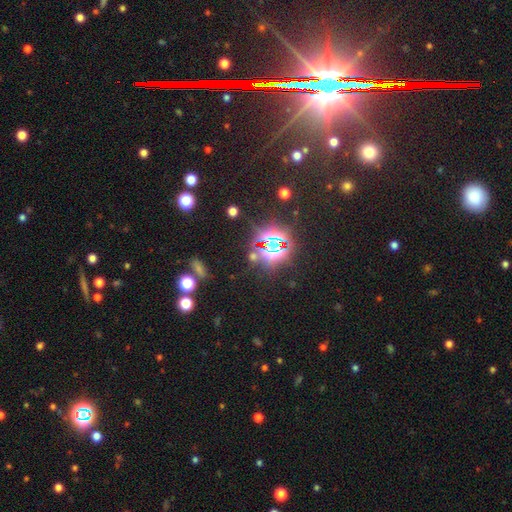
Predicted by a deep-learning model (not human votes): A star or artifact, not a galaxy (75%).